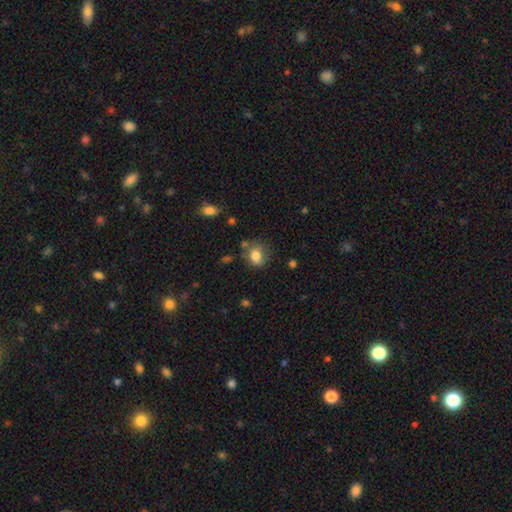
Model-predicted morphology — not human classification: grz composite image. It shows a smooth galaxy with no disk features (80%) that is round (60%). Merging: none (67%).